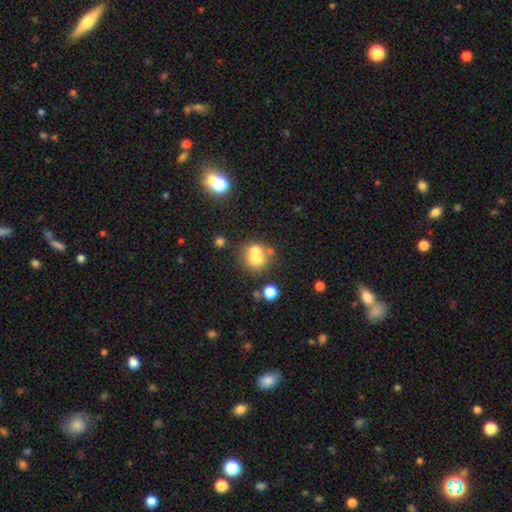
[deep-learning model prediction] Smooth or featured? smooth (64%)
How rounded? round (83%)
Merging? merger (46%)